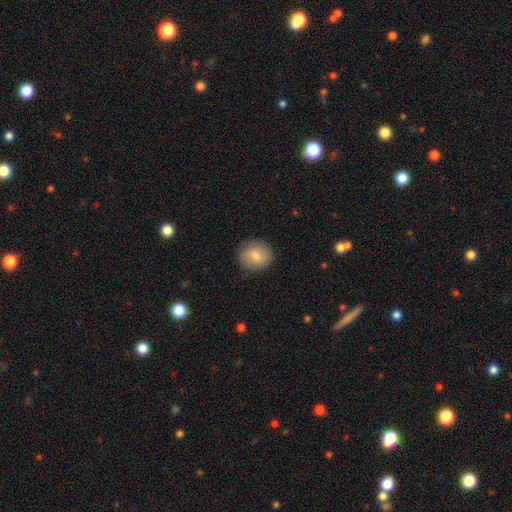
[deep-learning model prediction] Morphology: type=smooth (78%); roundness=round (81%); merging=none (86%).